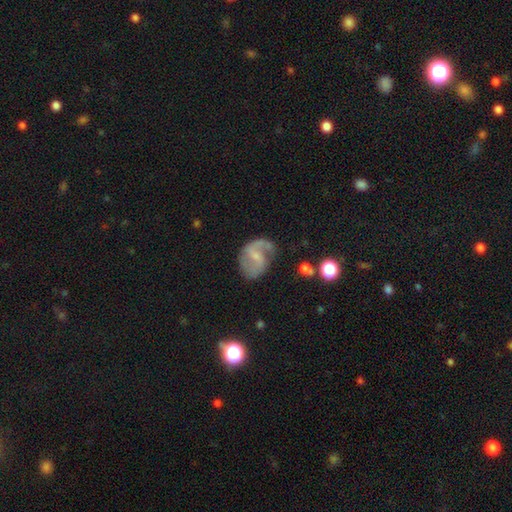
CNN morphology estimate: type=featured or disk (80%); edge-on=no (98%); bar=weak (53%); spiral arms=yes (93%); winding=medium (47%); arm count=2 (79%); bulge=small (61%); merging=none (61%).